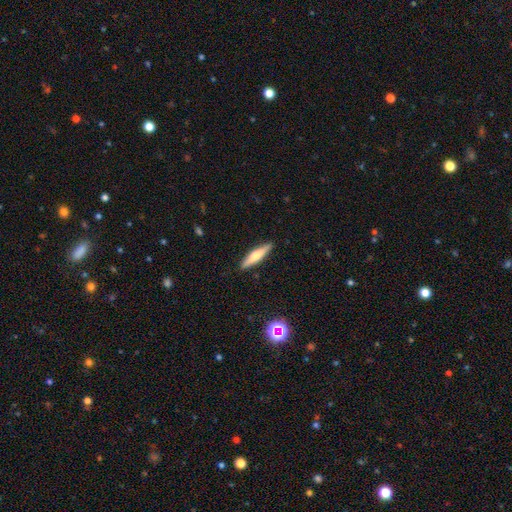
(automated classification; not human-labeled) Overall: smooth (49%; featured or disk 45%). Merging: none (90%).